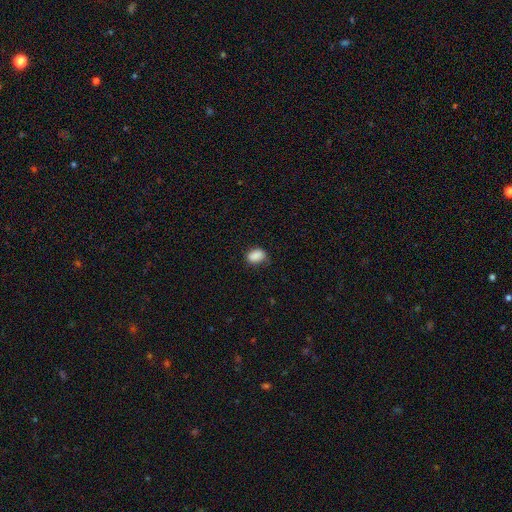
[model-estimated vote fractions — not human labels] Smooth or featured? smooth (88%)
How rounded? in between (78%)
Merging? none (71%)